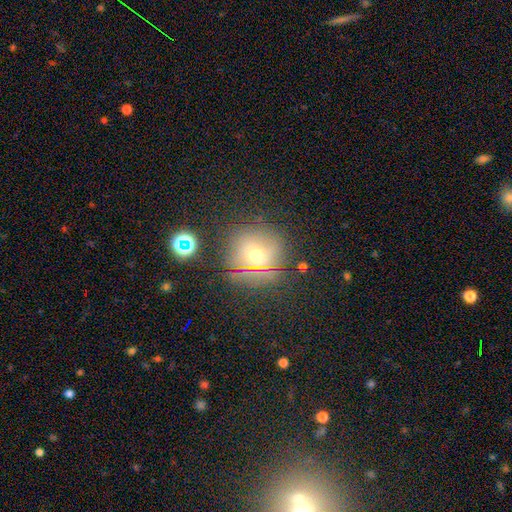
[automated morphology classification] The model was most divided on "smooth or featured": smooth: 57%, star or artifact: 27%, featured or disk: 16%. More confident: how rounded — round (88%); merging — none (77%).